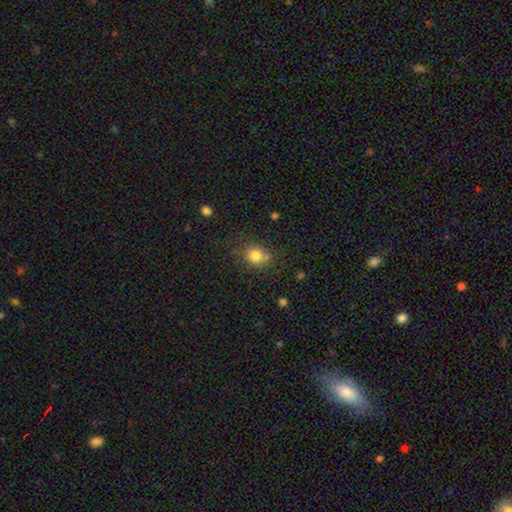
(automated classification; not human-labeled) Morphology: type=smooth (81%); roundness=round (73%); merging=none (66%).